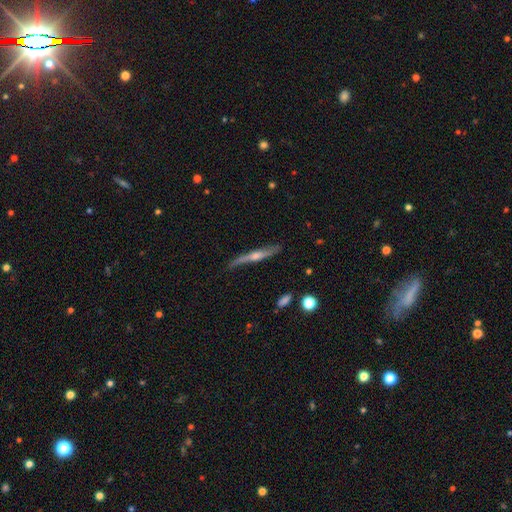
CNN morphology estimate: smooth-or-featured: featured or disk: 74% | smooth: 19% | star or artifact: 7%
  disk-edge-on: yes: 92% | no: 8%
    edge-on-bulge: rounded: 83% | none: 11% | boxy: 6%
  merging: none: 80% | minor disturbance: 15% | major disturbance: 3% | merger: 2%